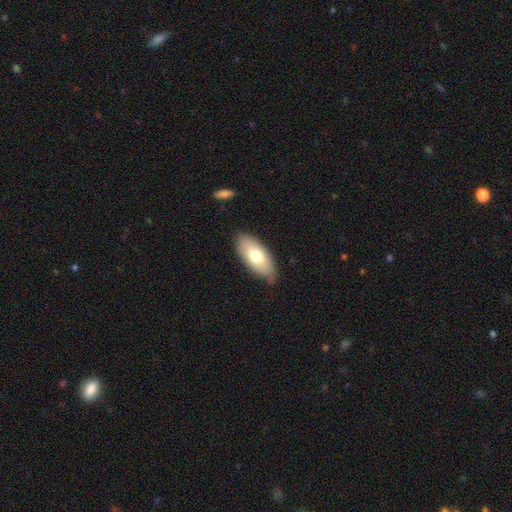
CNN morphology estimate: This is likely a smooth galaxy (72%). How rounded: clearly in between (90%). Merging: clearly none (80%).